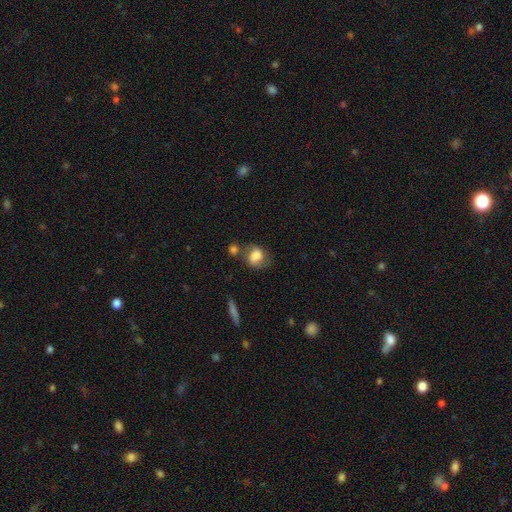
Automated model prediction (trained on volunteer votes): smooth-or-featured: smooth: 69% | featured or disk: 22% | star or artifact: 9%
  how-rounded: in between: 57% | round: 41% | cigar-shaped: 2%
  merging: none: 46% | minor disturbance: 23% | merger: 19% | major disturbance: 12%